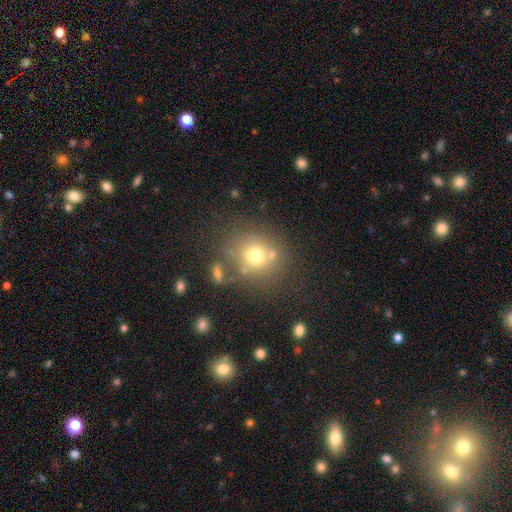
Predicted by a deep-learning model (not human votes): Morphology: type=smooth (68%); roundness=round (81%); merging=none (69%).